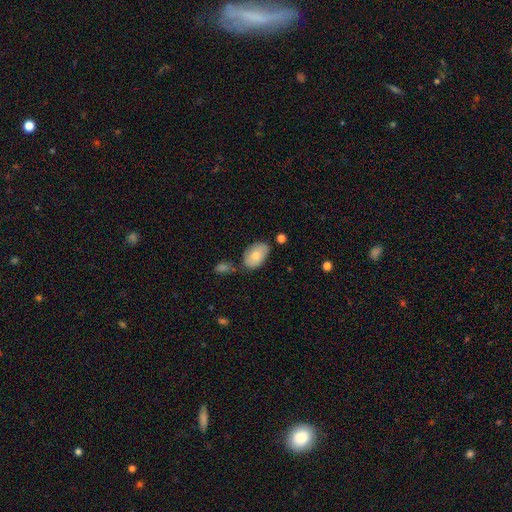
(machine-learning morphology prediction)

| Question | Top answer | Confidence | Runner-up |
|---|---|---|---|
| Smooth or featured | smooth | 78% | featured or disk (16%) |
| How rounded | in between | 91% | round (8%) |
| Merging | none | 66% | minor disturbance (21%) |